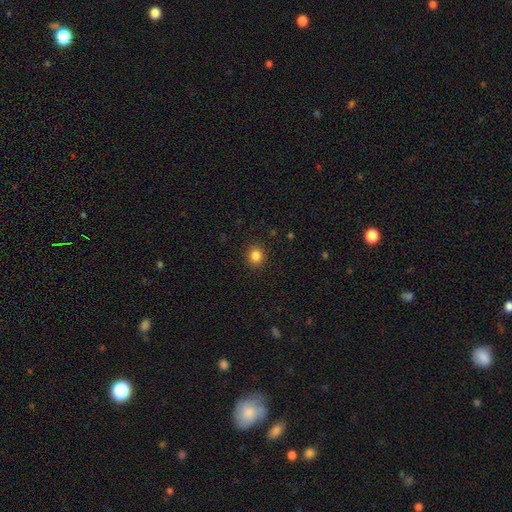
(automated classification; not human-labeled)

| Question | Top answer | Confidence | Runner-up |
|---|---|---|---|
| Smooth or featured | smooth | 85% | star or artifact (11%) |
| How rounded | round | 84% | in between (15%) |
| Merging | none | 91% | minor disturbance (6%) |